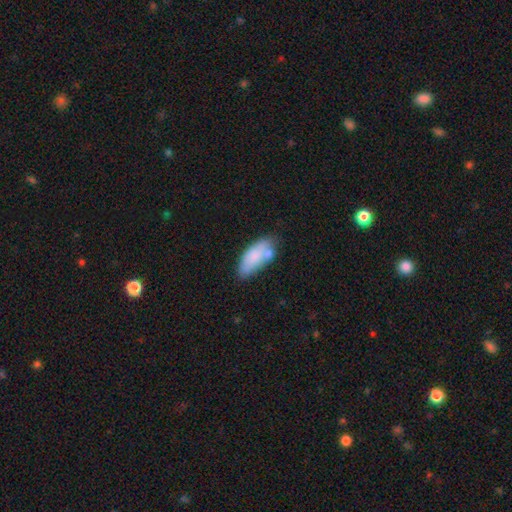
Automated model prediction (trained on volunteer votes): smooth_or_featured: smooth (p=0.74) [alt: featured or disk p=0.19]
how_rounded: in between (p=0.85) [alt: cigar-shaped p=0.13]
merging: none (p=0.52) [alt: minor disturbance p=0.24]